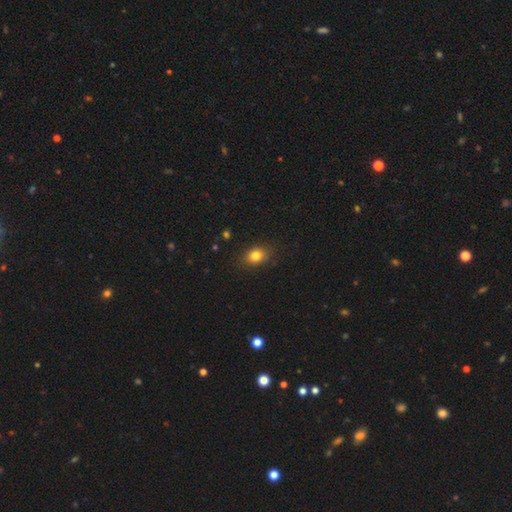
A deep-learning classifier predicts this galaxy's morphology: smooth-or-featured: smooth: 82% | star or artifact: 11% | featured or disk: 7%
  how-rounded: in between: 57% | round: 41% | cigar-shaped: 1%
  merging: none: 84% | minor disturbance: 12% | major disturbance: 3% | merger: 1%